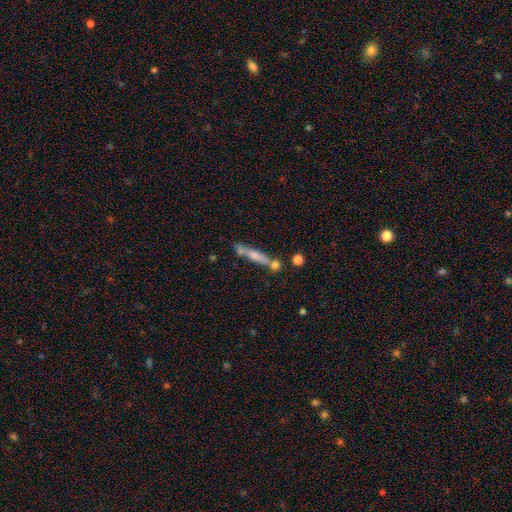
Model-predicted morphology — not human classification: type=smooth (55%); roundness=cigar-shaped (89%); merging=none (61%).